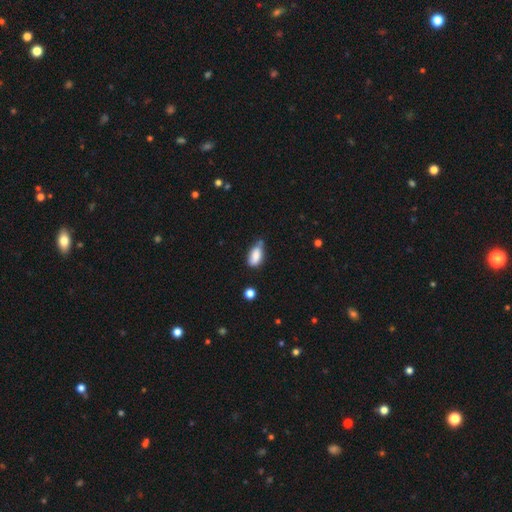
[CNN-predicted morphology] Q: Smooth or featured?
A: smooth (83%); runner-up: featured or disk (10%)
Q: How rounded?
A: in between (90%); runner-up: cigar-shaped (6%)
Q: Merging?
A: none (50%); runner-up: minor disturbance (34%)